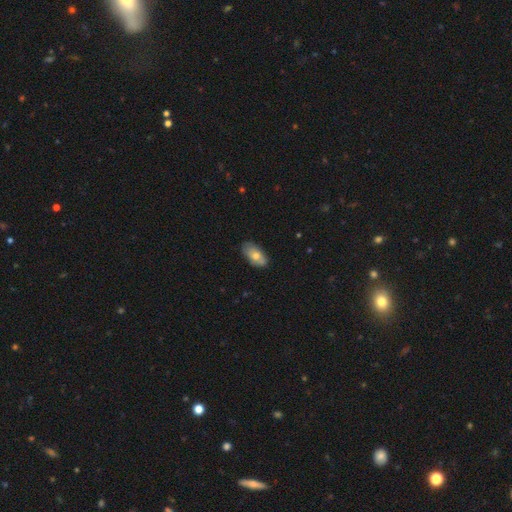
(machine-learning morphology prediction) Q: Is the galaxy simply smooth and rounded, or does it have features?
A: smooth — 72%.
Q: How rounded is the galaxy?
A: in between — 92%.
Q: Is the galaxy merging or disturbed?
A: none — 77%.